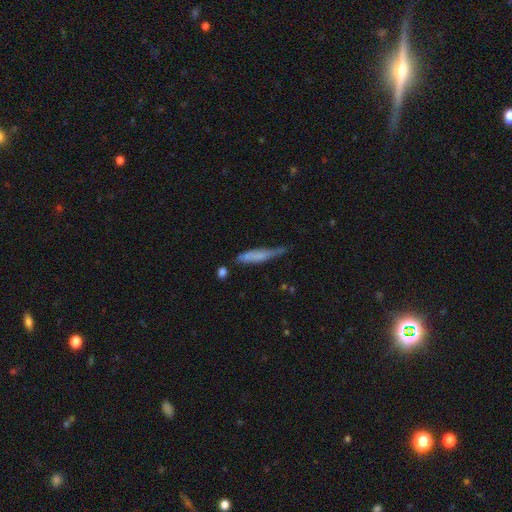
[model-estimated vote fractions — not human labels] smooth 63%, featured or disk 29%, star or artifact 9%. Down the decision tree: how rounded — cigar-shaped (85%); merging — none (43%).